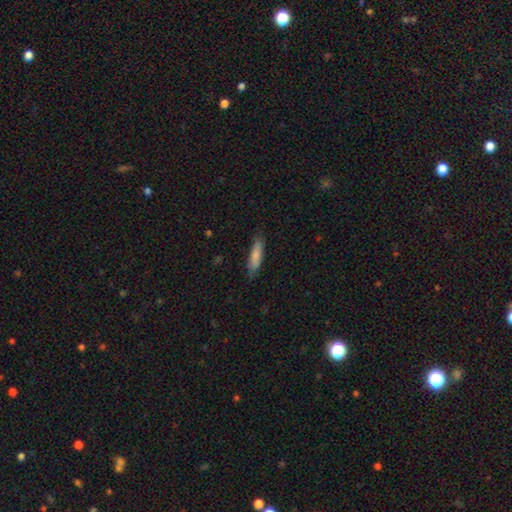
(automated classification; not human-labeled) smooth_or_featured: smooth (p=0.79) [alt: featured or disk p=0.16]
how_rounded: cigar-shaped (p=0.70) [alt: in between p=0.28]
merging: none (p=0.80) [alt: minor disturbance p=0.16]